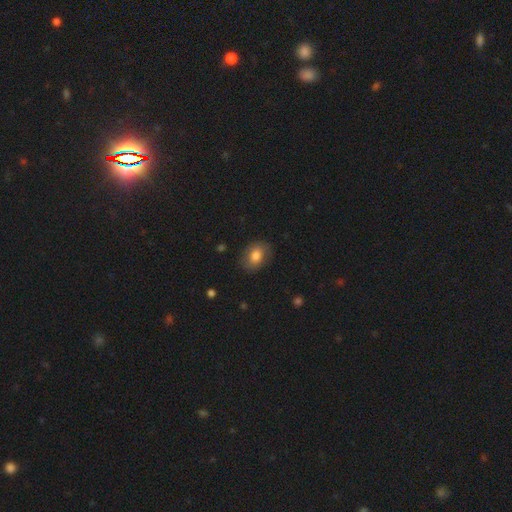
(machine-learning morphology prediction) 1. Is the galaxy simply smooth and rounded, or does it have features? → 78% smooth, 14% featured or disk, 8% star or artifact.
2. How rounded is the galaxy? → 68% in between, 31% round, 1% cigar-shaped.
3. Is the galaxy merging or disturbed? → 82% none, 13% minor disturbance, 4% major disturbance, 1% merger.